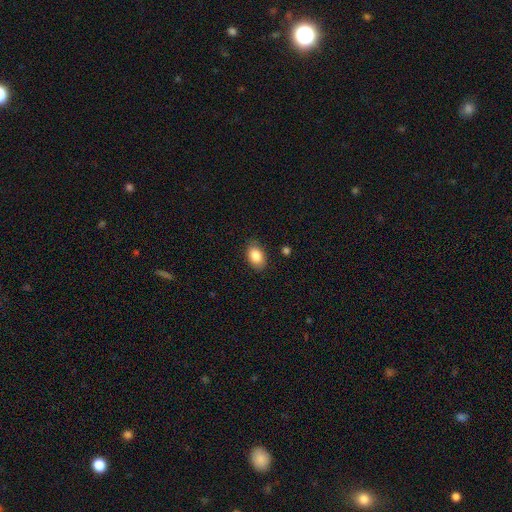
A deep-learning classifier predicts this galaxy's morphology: smooth 86%, star or artifact 7%, featured or disk 6%. Down the decision tree: how rounded — in between (86%); merging — none (85%).